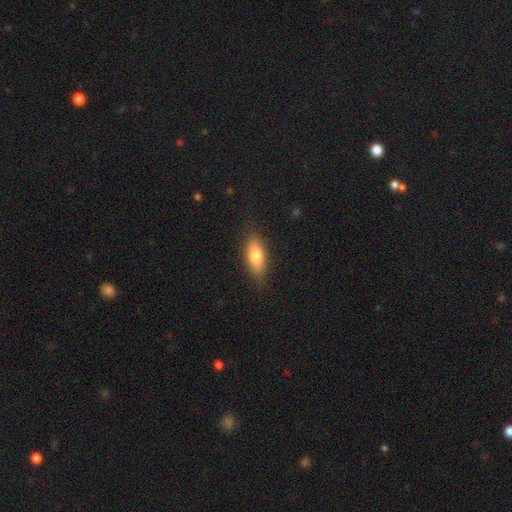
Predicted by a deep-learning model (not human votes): smooth 77%, featured or disk 16%, star or artifact 7%. Down the decision tree: how rounded — in between (75%); merging — none (82%).